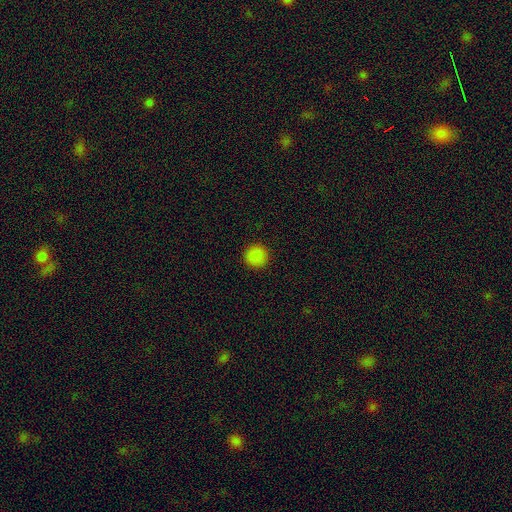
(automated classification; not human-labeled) A smooth galaxy with no disk features (87%) that is round (94%). Merging: none (92%).